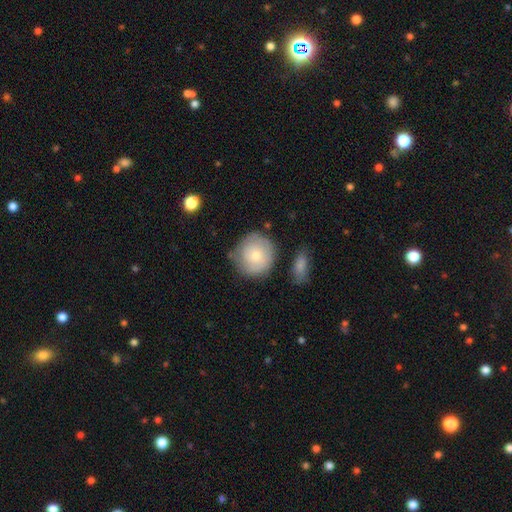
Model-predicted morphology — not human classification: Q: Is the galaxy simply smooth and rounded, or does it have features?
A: smooth — 68%.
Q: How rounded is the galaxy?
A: round — 91%.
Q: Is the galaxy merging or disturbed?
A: none — 70%.